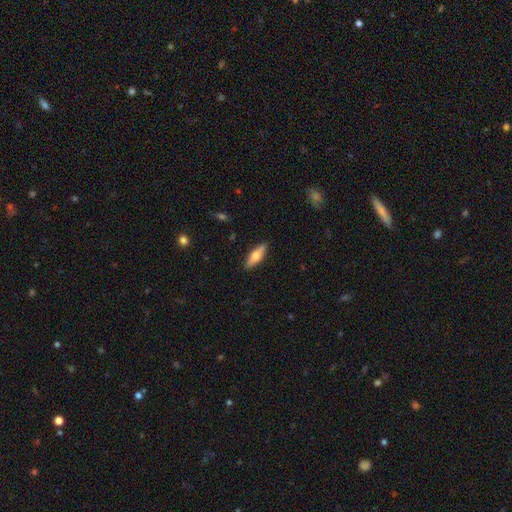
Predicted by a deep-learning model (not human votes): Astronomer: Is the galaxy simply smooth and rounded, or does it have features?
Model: smooth — 57% (runner-up: featured or disk, 37%).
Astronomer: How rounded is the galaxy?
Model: cigar-shaped — 55% (runner-up: in between, 43%).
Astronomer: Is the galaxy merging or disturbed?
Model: none — 89%.